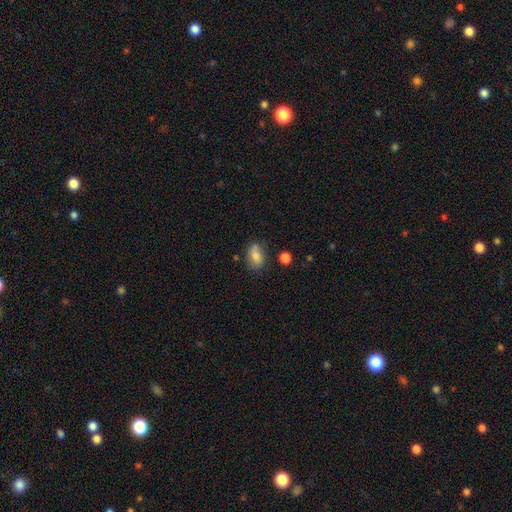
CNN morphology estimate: smooth-or-featured: smooth: 79% | featured or disk: 12% | star or artifact: 9%
  how-rounded: in between: 82% | round: 16% | cigar-shaped: 2%
  merging: none: 67% | minor disturbance: 21% | merger: 7% | major disturbance: 5%